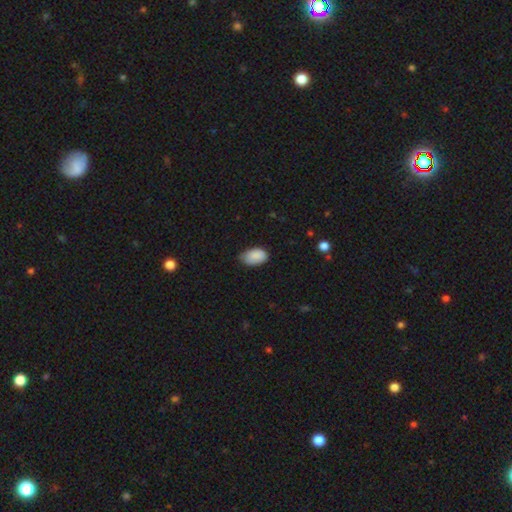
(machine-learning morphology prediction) The model was most divided on "merging": none: 64%, minor disturbance: 30%, major disturbance: 4%, merger: 1%. More confident: how rounded — in between (93%); smooth or featured — smooth (88%).